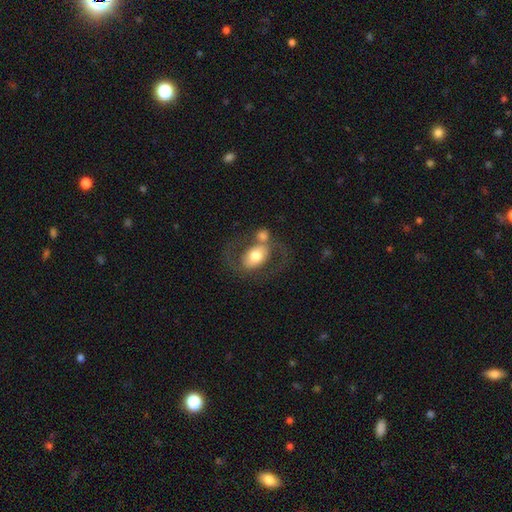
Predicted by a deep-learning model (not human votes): A featured or disk galaxy (49%).

Vote fractions:
- Smooth or featured? featured or disk: 49% / smooth: 45% / star or artifact: 7%
- Merging? none: 42% / merger: 30% / minor disturbance: 15% / major disturbance: 14%